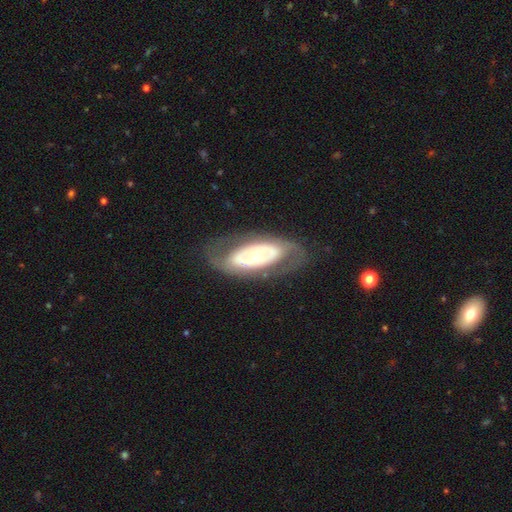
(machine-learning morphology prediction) Smooth or featured: featured or disk — 66% (smooth — 29%)
Edge-on disk: no — 89% (yes — 11%)
Bar: no — 83% (weak — 11%)
Spiral arms: no — 74% (yes — 26%)
Bulge size: moderate — 58% (small — 32%)
Merging: none — 73% (minor disturbance — 14%)